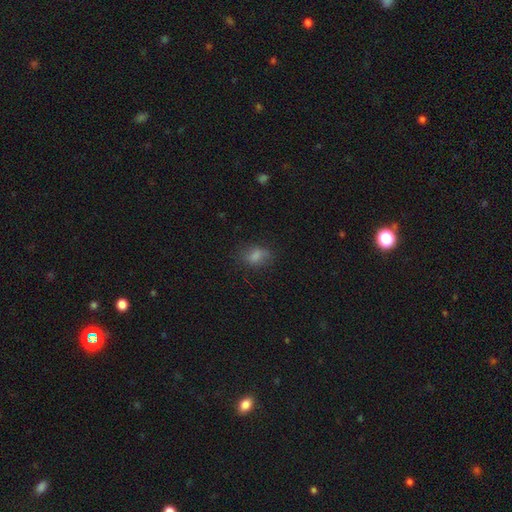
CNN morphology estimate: smooth 74%, featured or disk 14%, star or artifact 12%. Down the decision tree: how rounded — in between (74%); merging — none (65%).